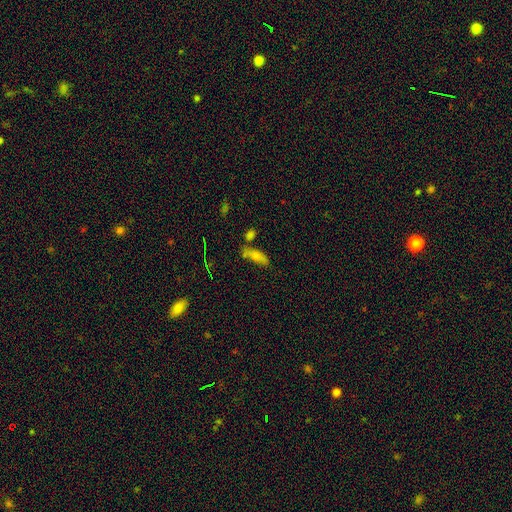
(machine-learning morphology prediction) The model was most divided on "how rounded": in between: 65%, cigar-shaped: 32%, round: 3%. More confident: smooth or featured — smooth (70%); merging — none (53%).